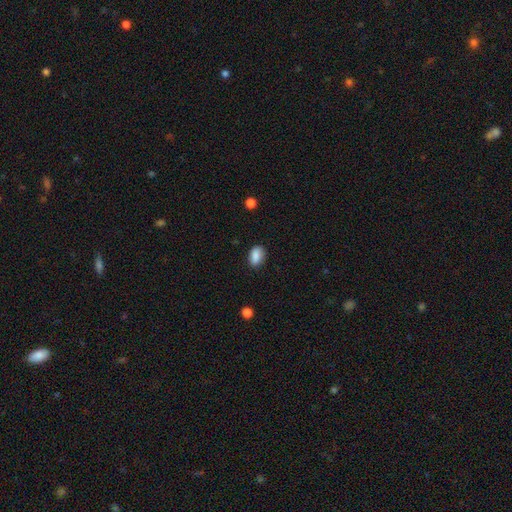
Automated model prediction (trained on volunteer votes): Morphology: type=smooth (86%); roundness=in between (85%); merging=none (79%).